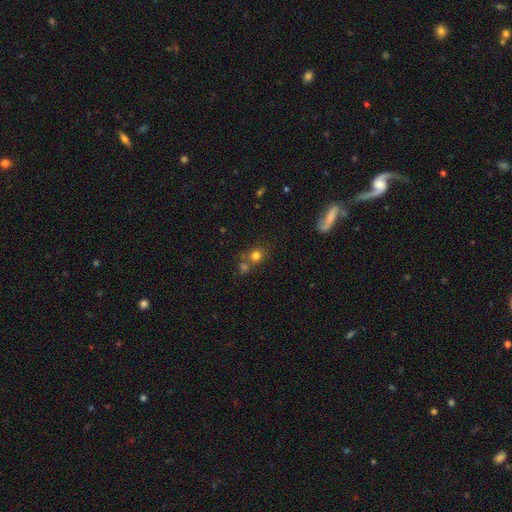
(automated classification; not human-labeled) A smooth galaxy with no disk features (76%) that is round (83%).

Vote fractions:
- Smooth or featured? smooth: 76% / star or artifact: 16% / featured or disk: 8%
- How rounded? round: 83% / in between: 16% / cigar-shaped: 1%
- Merging? none: 58% / merger: 28% / minor disturbance: 10% / major disturbance: 5%